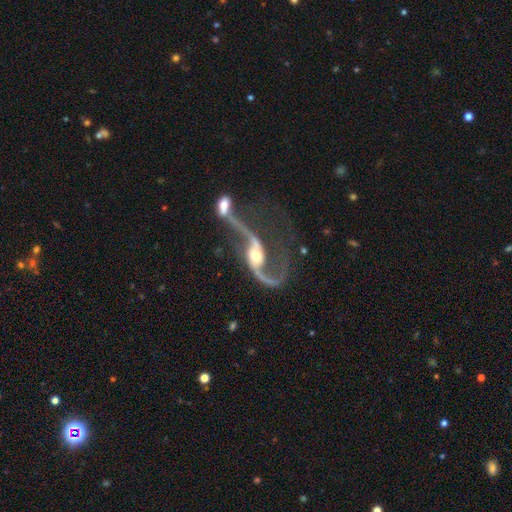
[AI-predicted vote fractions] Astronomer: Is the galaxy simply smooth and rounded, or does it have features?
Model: featured or disk — 90%.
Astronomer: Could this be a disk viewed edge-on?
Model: no — 95%.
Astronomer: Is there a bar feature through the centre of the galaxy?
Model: no — 47% (runner-up: weak, 30%).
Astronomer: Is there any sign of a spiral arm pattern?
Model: yes — 95%.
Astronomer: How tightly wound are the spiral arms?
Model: loose — 84%.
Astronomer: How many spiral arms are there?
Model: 2 — 90%.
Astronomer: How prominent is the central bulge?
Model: moderate — 65%.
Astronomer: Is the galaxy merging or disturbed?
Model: merger — 37% (runner-up: none, 33%).